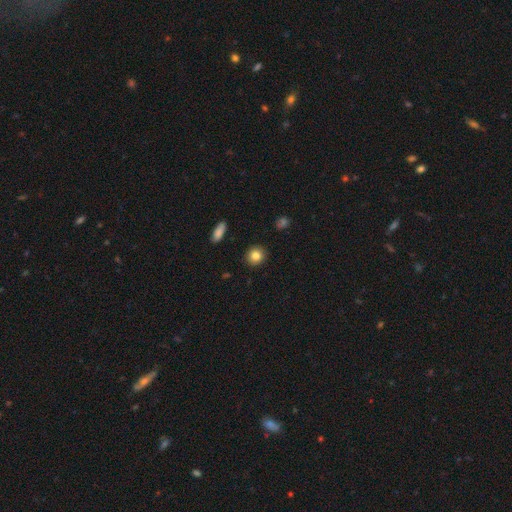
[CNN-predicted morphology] type=smooth (84%); roundness=round (85%); merging=none (91%).